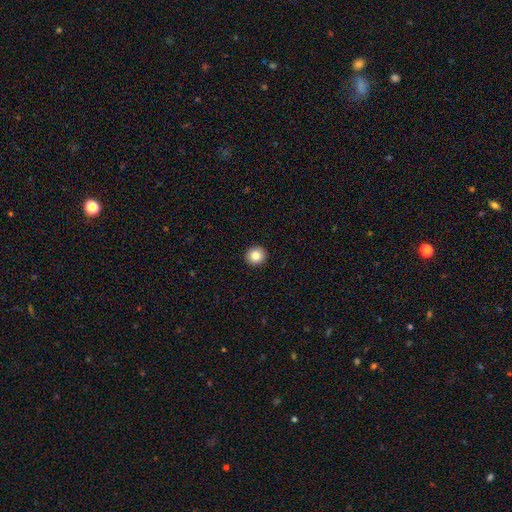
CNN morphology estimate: This is clearly a smooth galaxy (84%). How rounded: clearly round (94%). Merging: clearly none (94%).